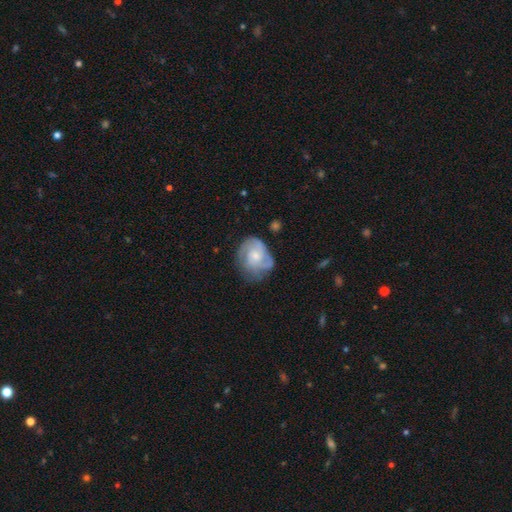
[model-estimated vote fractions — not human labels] Q: Smooth or featured?
A: featured or disk (70%); runner-up: smooth (23%)
Q: Edge-on disk?
A: no (98%); runner-up: yes (2%)
Q: Bar?
A: no (73%); runner-up: weak (24%)
Q: Spiral arms?
A: yes (90%); runner-up: no (10%)
Q: Spiral winding?
A: tight (49%); runner-up: medium (39%)
Q: Spiral arm count?
A: 3 (33%); runner-up: can't tell (26%)
Q: Bulge size?
A: small (52%); runner-up: moderate (39%)
Q: Merging?
A: none (57%); runner-up: minor disturbance (26%)